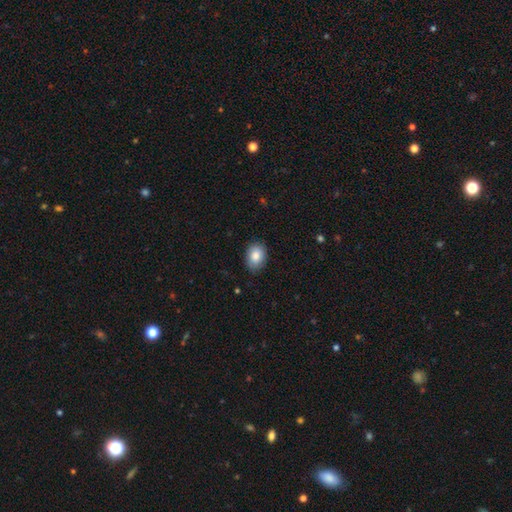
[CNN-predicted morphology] smooth-or-featured: smooth: 84% | featured or disk: 8% | star or artifact: 7%
  how-rounded: in between: 71% | round: 28% | cigar-shaped: 1%
  merging: none: 85% | minor disturbance: 12% | major disturbance: 2% | merger: 1%